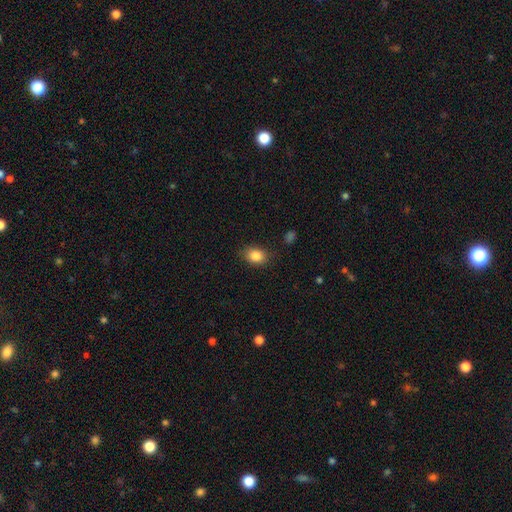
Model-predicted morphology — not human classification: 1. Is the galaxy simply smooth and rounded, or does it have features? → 85% smooth, 9% star or artifact, 6% featured or disk.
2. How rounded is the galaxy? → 67% in between, 32% round, 1% cigar-shaped.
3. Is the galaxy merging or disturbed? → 82% none, 13% minor disturbance, 3% major disturbance, 1% merger.